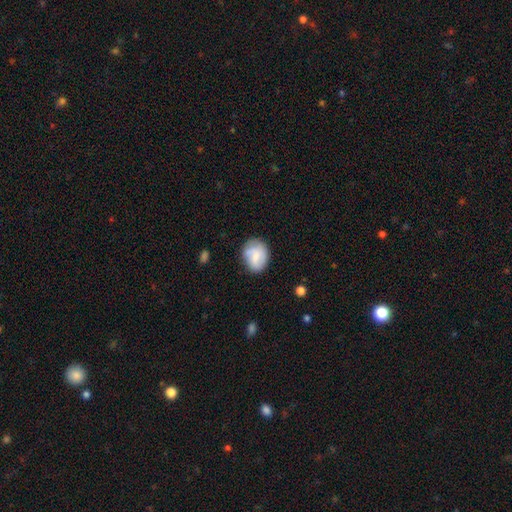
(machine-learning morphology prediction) type=smooth (64%); roundness=round (52%); merging=none (67%).